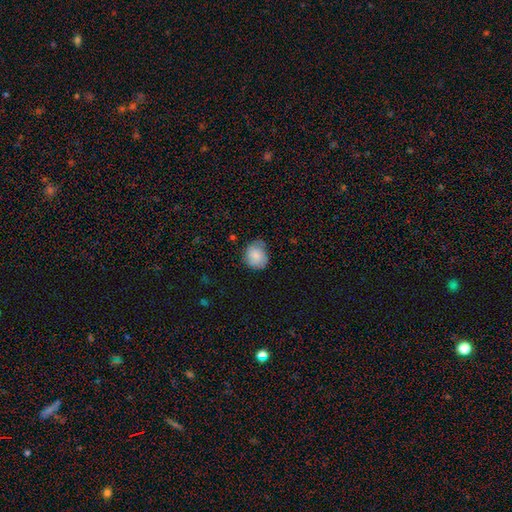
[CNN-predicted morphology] The model was most divided on "merging": none: 58%, minor disturbance: 32%, major disturbance: 8%, merger: 2%. More confident: smooth or featured — smooth (78%); how rounded — round (64%).